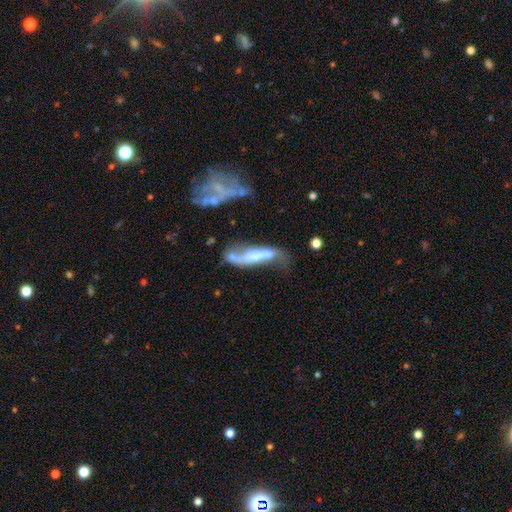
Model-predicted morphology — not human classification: A featured or disk galaxy (65%).

Vote fractions:
- Smooth or featured? featured or disk: 65% / smooth: 26% / star or artifact: 8%
- Edge-on disk? no: 76% / yes: 24%
- Merging? none: 30% / major disturbance: 26% / merger: 24% / minor disturbance: 20%